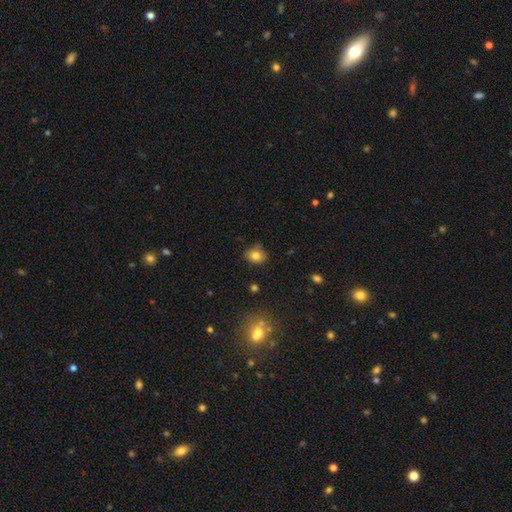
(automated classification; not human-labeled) Overall: smooth (79%). How rounded: round (61%; in between 38%). Merging: none (78%).